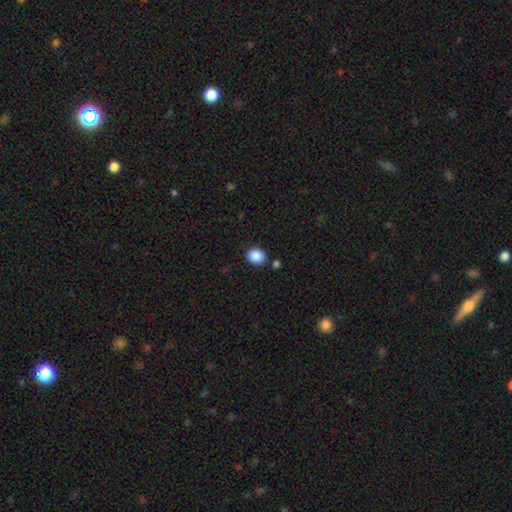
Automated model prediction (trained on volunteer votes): smooth-or-featured: smooth: 89% | star or artifact: 8% | featured or disk: 3%
  how-rounded: in between: 50% | round: 49% | cigar-shaped: 1%
  merging: none: 83% | minor disturbance: 10% | merger: 5% | major disturbance: 3%